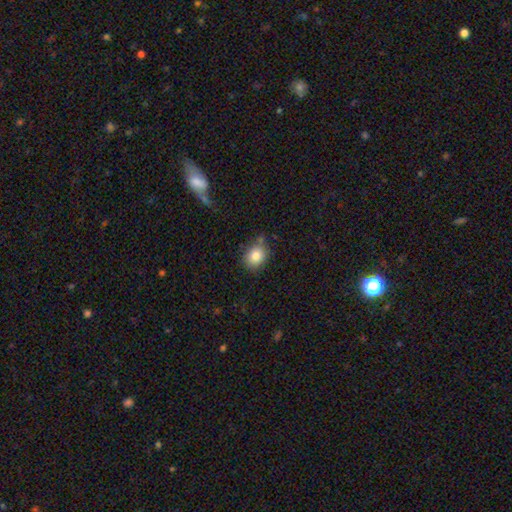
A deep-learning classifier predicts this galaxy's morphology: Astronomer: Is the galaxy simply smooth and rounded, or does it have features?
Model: smooth — 83%.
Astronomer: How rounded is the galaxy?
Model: in between — 52% (runner-up: round, 47%).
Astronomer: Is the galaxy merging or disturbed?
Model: none — 74%.